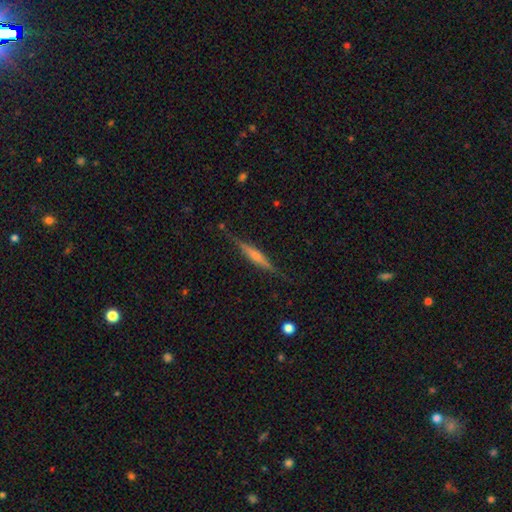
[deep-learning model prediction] Smooth or featured?
  - featured or disk: 57% *
  - smooth: 36%
  - star or artifact: 7%
Edge-on disk?
  - yes: 96% *
  - no: 4%
Edge-on bulge?
  - rounded: 50% *
  - none: 31%
  - boxy: 20%
Merging?
  - none: 82% *
  - minor disturbance: 13%
  - major disturbance: 3%
  - merger: 2%